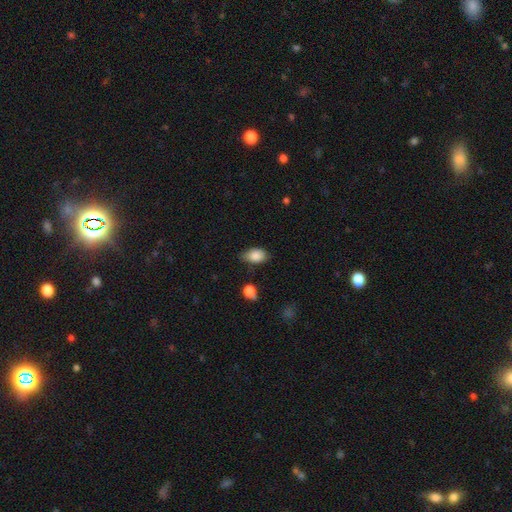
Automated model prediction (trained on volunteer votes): A smooth galaxy with no disk features (86%) that is in between round and cigar-shaped (89%). Merging: none (64%).